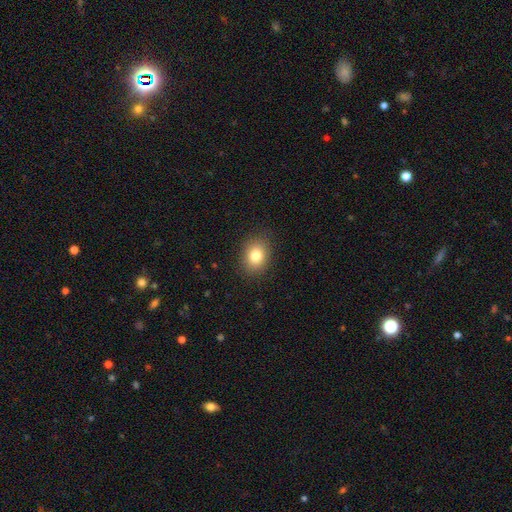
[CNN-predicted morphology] smooth_or_featured: smooth (p=0.81) [alt: star or artifact p=0.10]
how_rounded: in between (p=0.56) [alt: round p=0.43]
merging: none (p=0.88) [alt: minor disturbance p=0.09]